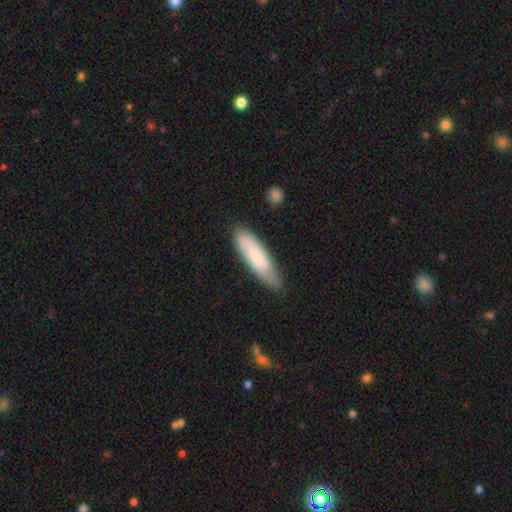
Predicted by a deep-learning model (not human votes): Smooth or featured?
  - smooth: 72% *
  - featured or disk: 22%
  - star or artifact: 6%
How rounded?
  - cigar-shaped: 69% *
  - in between: 30%
  - round: 1%
Merging?
  - none: 77% *
  - minor disturbance: 18%
  - major disturbance: 3%
  - merger: 2%